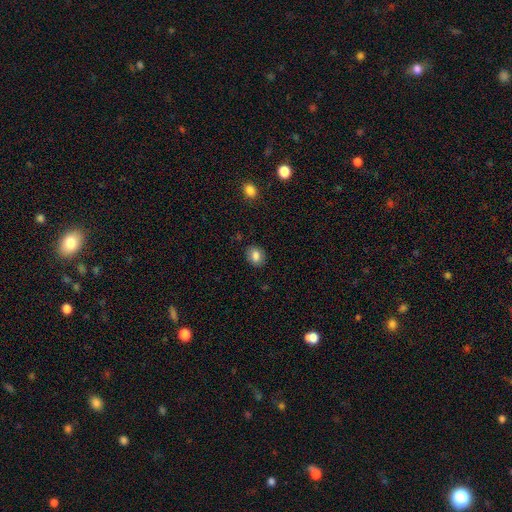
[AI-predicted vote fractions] Smooth or featured? Predicted: smooth (p=0.82). How rounded? Predicted: in between (p=0.53). Merging? Predicted: none (p=0.85).